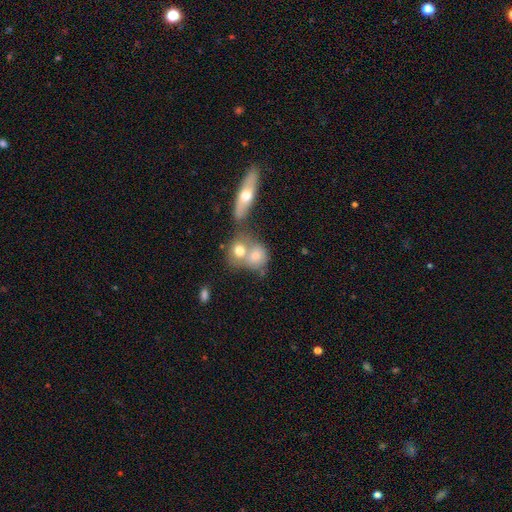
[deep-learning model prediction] smooth-or-featured: smooth: 68% | featured or disk: 21% | star or artifact: 11%
  how-rounded: round: 63% | in between: 34% | cigar-shaped: 3%
  merging: merger: 57% | none: 30% | minor disturbance: 8% | major disturbance: 5%